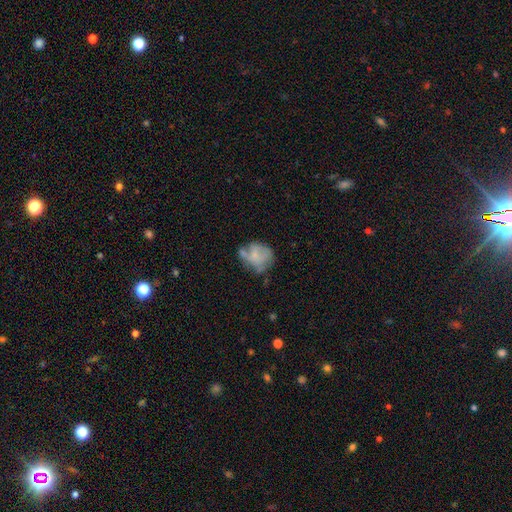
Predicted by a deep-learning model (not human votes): Smooth or featured: smooth — 54% (featured or disk — 37%)
How rounded: round — 54% (in between — 45%)
Merging: none — 37% (minor disturbance — 31%)